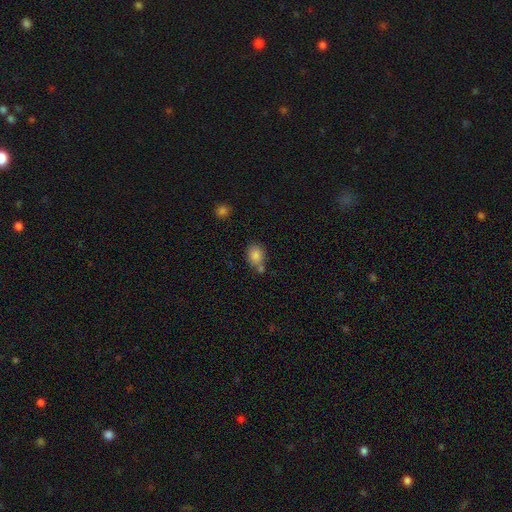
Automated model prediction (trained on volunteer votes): The model was most divided on "how rounded": round: 55%, in between: 44%, cigar-shaped: 1%. More confident: smooth or featured — smooth (84%); merging — none (58%).